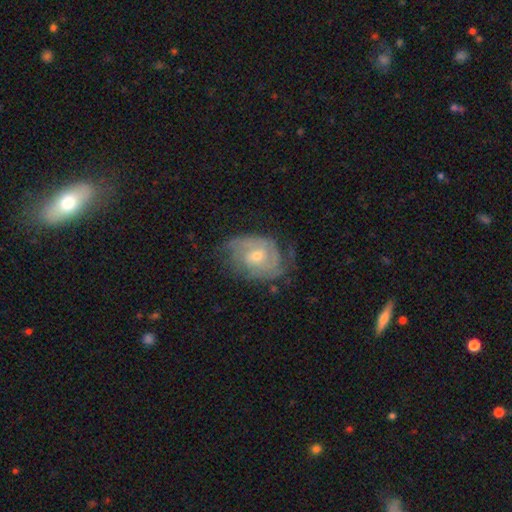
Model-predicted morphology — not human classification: Q: Smooth or featured?
A: featured or disk (77%); runner-up: smooth (17%)
Q: Edge-on disk?
A: no (96%); runner-up: yes (4%)
Q: Bar?
A: no (58%); runner-up: weak (35%)
Q: Spiral arms?
A: yes (89%); runner-up: no (11%)
Q: Spiral winding?
A: tight (52%); runner-up: medium (35%)
Q: Spiral arm count?
A: 2 (45%); runner-up: can't tell (31%)
Q: Bulge size?
A: moderate (51%); runner-up: small (45%)
Q: Merging?
A: none (60%); runner-up: minor disturbance (27%)